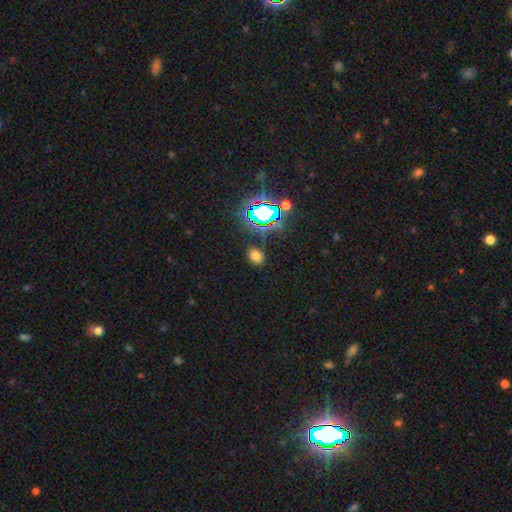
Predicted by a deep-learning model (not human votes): smooth-or-featured: smooth: 65% | star or artifact: 28% | featured or disk: 7%
  how-rounded: in between: 68% | round: 31% | cigar-shaped: 1%
  merging: none: 85% | minor disturbance: 10% | major disturbance: 3% | merger: 2%